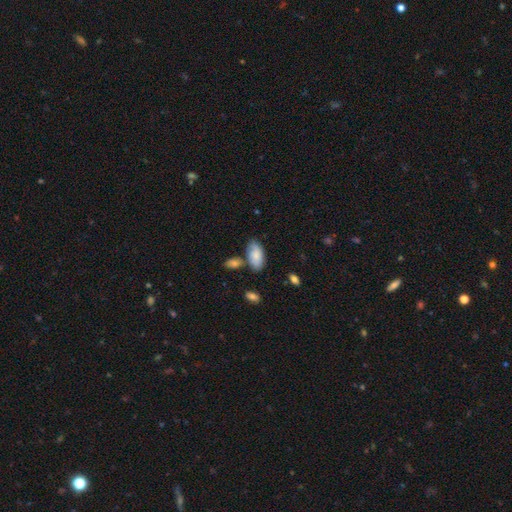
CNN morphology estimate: Smooth or featured? smooth (74%)
How rounded? in between (93%)
Merging? none (60%)